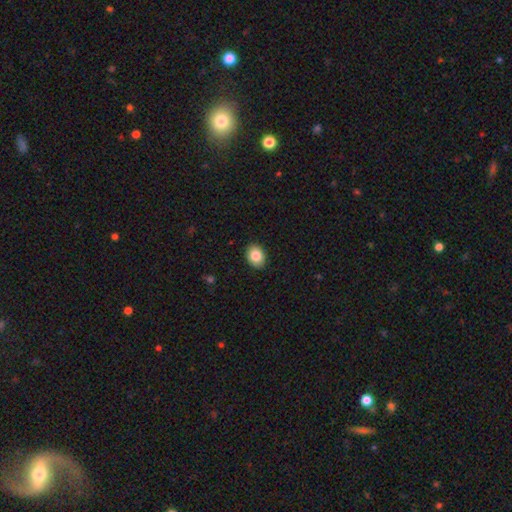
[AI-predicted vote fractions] Smooth or featured?
  - smooth: 86% *
  - star or artifact: 8%
  - featured or disk: 6%
How rounded?
  - in between: 68% *
  - round: 31%
  - cigar-shaped: 1%
Merging?
  - none: 90% *
  - minor disturbance: 7%
  - major disturbance: 2%
  - merger: 1%